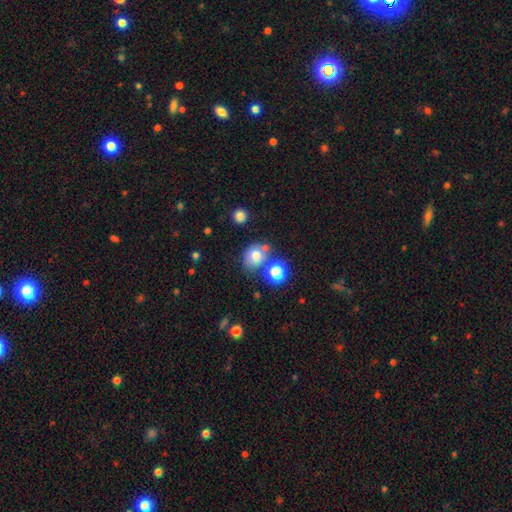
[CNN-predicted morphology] Smooth or featured? Predicted: smooth (p=0.73). How rounded? Predicted: round (p=0.64). Merging? Predicted: none (p=0.61).